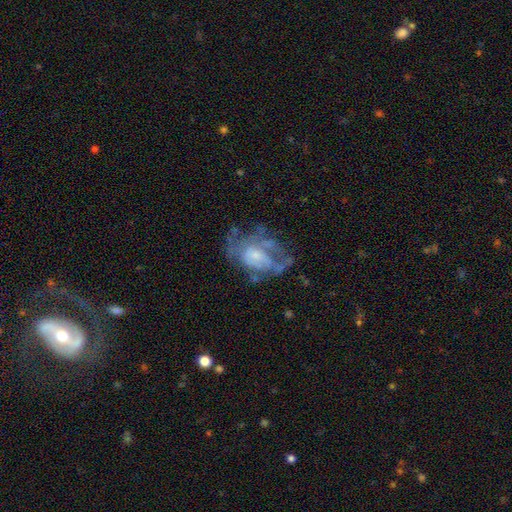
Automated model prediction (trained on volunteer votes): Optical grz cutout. It shows a featured or disk galaxy (65%) with no bar (68%), no spiral arms (51%) and a small central bulge (46%). Merging: major disturbance (39%).